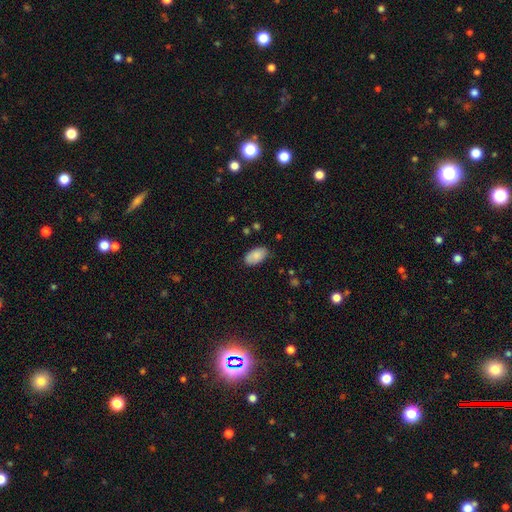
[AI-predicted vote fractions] Overall: smooth (84%). How rounded: in between (95%). Merging: none (75%).